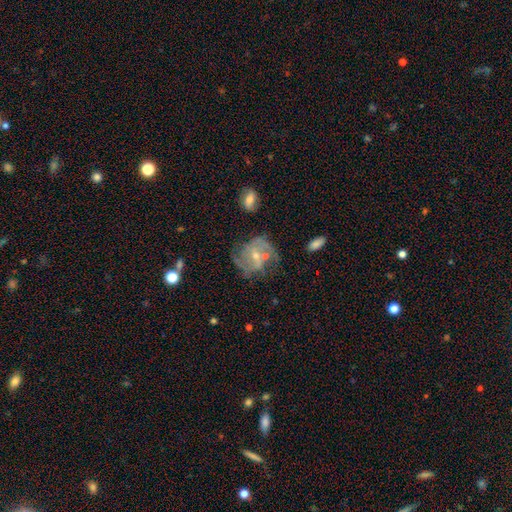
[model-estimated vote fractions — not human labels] A featured or disk galaxy (79%) with no bar (49%), 2 (41%) medium (44%) spiral arms (89%) and a small central bulge (62%).

Vote fractions:
- Smooth or featured? featured or disk: 79% / smooth: 11% / star or artifact: 10%
- Edge-on disk? no: 97% / yes: 3%
- Bar? no: 49% / weak: 40% / strong: 11%
- Spiral arms? yes: 89% / no: 11%
- Spiral winding? medium: 44% / tight: 39% / loose: 17%
- Spiral arm count? 2: 41% / can't tell: 27% / 3: 17% / 4: 6% / 1: 5% / more than 4: 4%
- Bulge size? small: 62% / moderate: 32% / none: 3% / large: 1% / dominant: 1%
- Merging? none: 63% / minor disturbance: 18% / major disturbance: 11% / merger: 8%